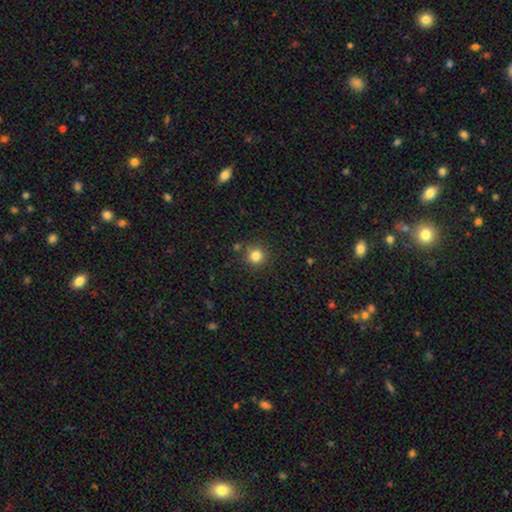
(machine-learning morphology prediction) This appears to be a smooth galaxy with no disk features (83%) that is round (94%). Merging: none (86%).